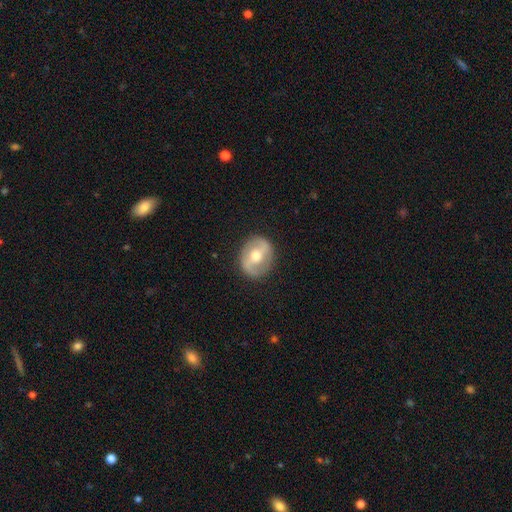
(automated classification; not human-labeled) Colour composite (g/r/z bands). It shows a featured or disk galaxy (68%) with a weak bar (39%), spiral arms (65%) and a moderate central bulge (74%). Merging: none (85%).